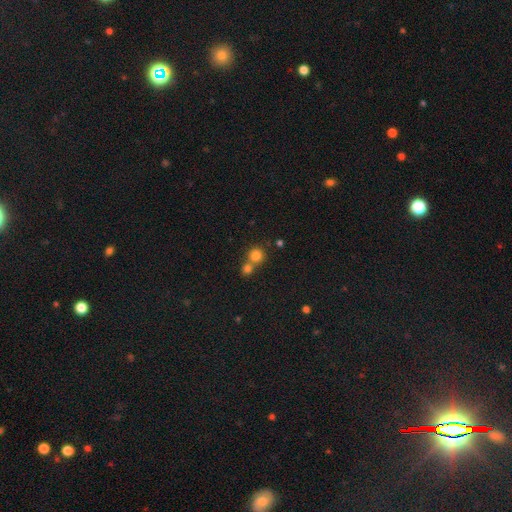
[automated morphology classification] A smooth galaxy with no disk features (80%) that is round (91%).

Vote fractions:
- Smooth or featured? smooth: 80% / star or artifact: 13% / featured or disk: 7%
- How rounded? round: 91% / in between: 8% / cigar-shaped: 1%
- Merging? none: 52% / merger: 40% / minor disturbance: 6% / major disturbance: 2%